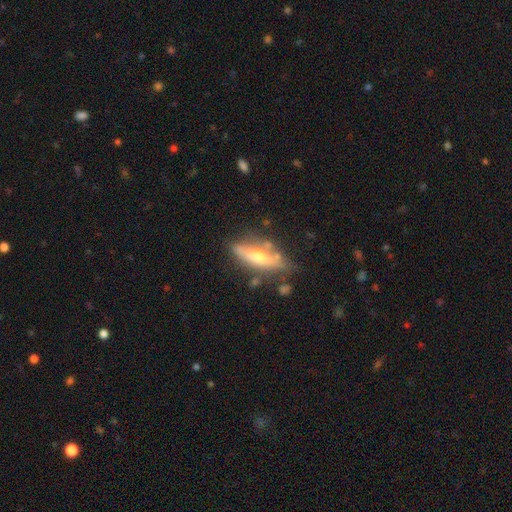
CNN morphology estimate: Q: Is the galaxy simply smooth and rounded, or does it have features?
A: featured or disk — 59%.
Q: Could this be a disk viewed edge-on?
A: yes — 69%.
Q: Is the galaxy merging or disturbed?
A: none — 65%.